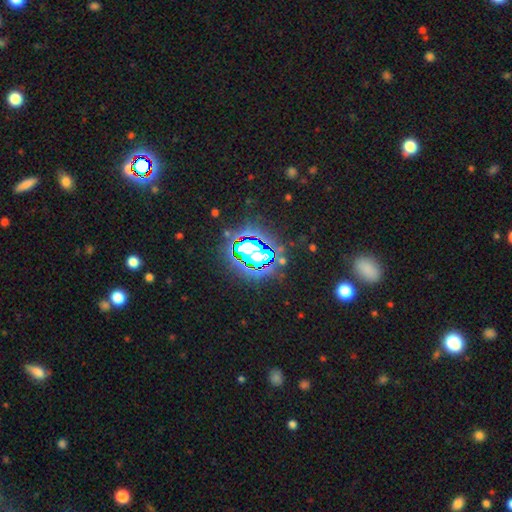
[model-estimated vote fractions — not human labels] star or artifact 67%, smooth 20%, featured or disk 12%.